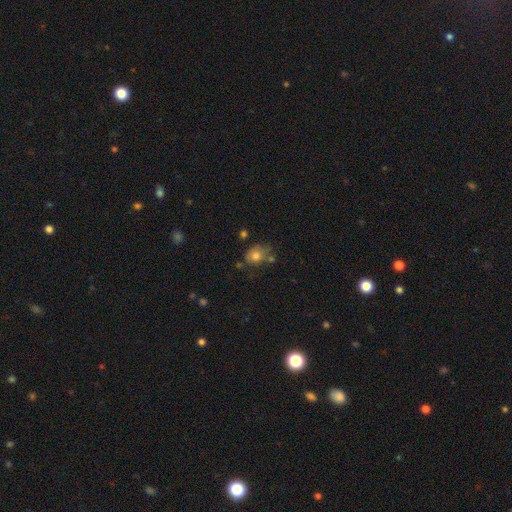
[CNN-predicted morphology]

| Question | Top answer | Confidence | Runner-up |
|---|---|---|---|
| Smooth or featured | smooth | 78% | featured or disk (11%) |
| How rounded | round | 53% | in between (46%) |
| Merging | none | 55% | minor disturbance (24%) |